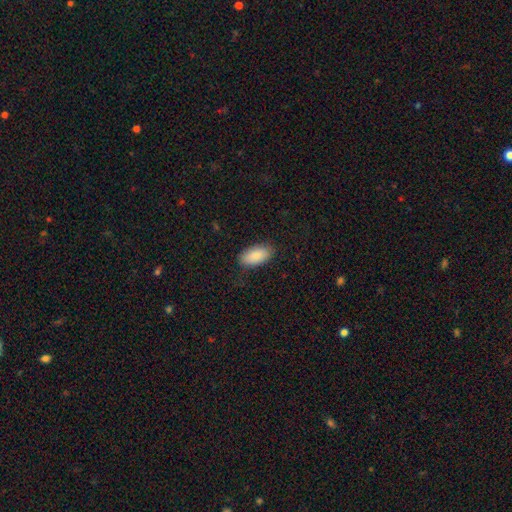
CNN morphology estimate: Smooth or featured: smooth — 89% (star or artifact — 6%)
How rounded: in between — 93% (cigar-shaped — 4%)
Merging: none — 84% (minor disturbance — 12%)